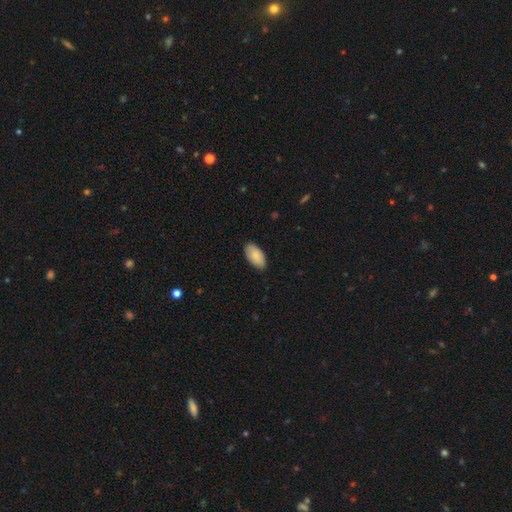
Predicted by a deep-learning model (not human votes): smooth-or-featured: smooth: 86% | featured or disk: 9% | star or artifact: 6%
  how-rounded: in between: 95% | round: 2% | cigar-shaped: 2%
  merging: none: 85% | minor disturbance: 12% | major disturbance: 2% | merger: 1%